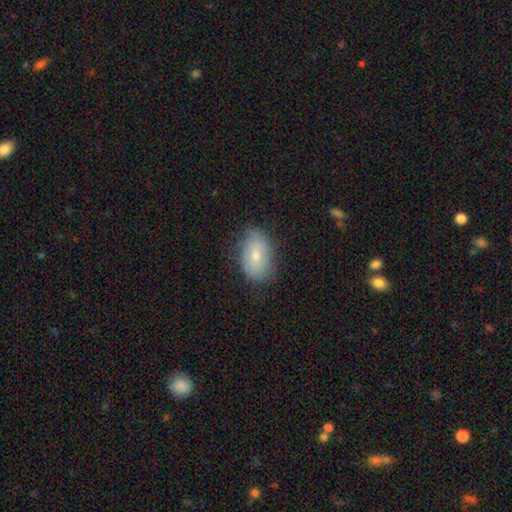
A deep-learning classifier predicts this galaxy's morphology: Q: Smooth or featured?
A: smooth (71%); runner-up: featured or disk (22%)
Q: How rounded?
A: in between (88%); runner-up: round (11%)
Q: Merging?
A: none (74%); runner-up: minor disturbance (20%)